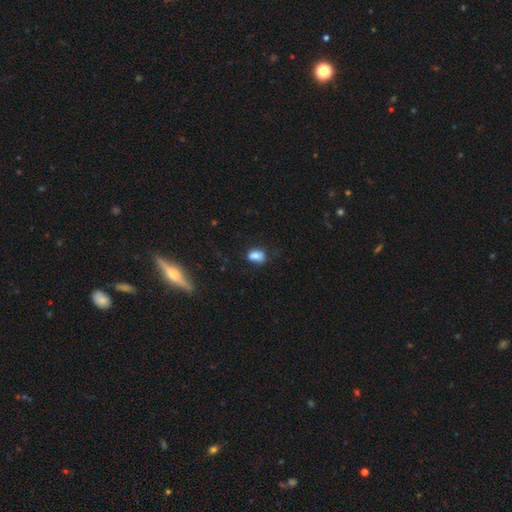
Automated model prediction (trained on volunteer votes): smooth 82%, star or artifact 10%, featured or disk 8%. Down the decision tree: how rounded — in between (77%); merging — none (63%).